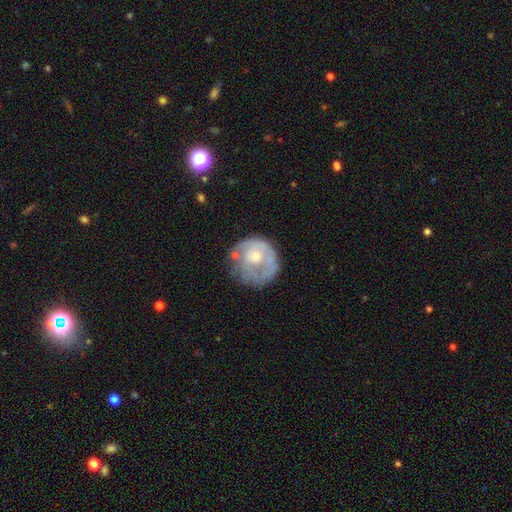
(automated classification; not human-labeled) A featured or disk galaxy (62%) with no bar (81%), spiral arms (51%) and a moderate central bulge (50%).

Vote fractions:
- Smooth or featured? featured or disk: 62% / smooth: 31% / star or artifact: 6%
- Edge-on disk? no: 98% / yes: 2%
- Bar? no: 81% / weak: 16% / strong: 3%
- Spiral arms? yes: 51% / no: 49%
- Bulge size? moderate: 50% / small: 40% / none: 5% / large: 5% / dominant: 1%
- Merging? none: 51% / minor disturbance: 25% / major disturbance: 20% / merger: 5%